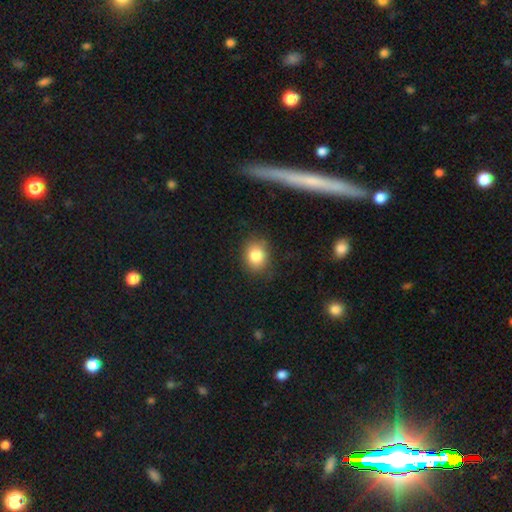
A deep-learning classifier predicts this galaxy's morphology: Smooth or featured? smooth (83%)
How rounded? round (60%)
Merging? none (82%)